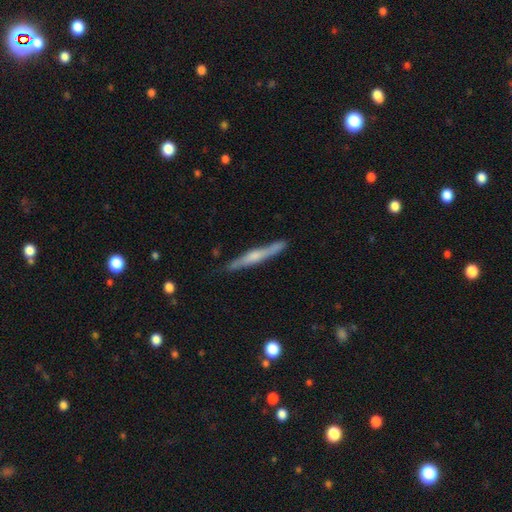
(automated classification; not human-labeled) Q: Smooth or featured?
A: featured or disk (61%); runner-up: smooth (33%)
Q: Edge-on disk?
A: yes (96%); runner-up: no (4%)
Q: Edge-on bulge?
A: rounded (58%); runner-up: none (28%)
Q: Merging?
A: none (84%); runner-up: minor disturbance (12%)